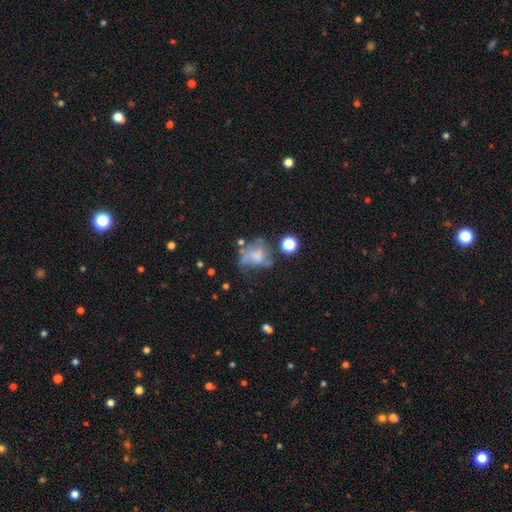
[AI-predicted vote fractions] Q: Smooth or featured?
A: featured or disk (43%); runner-up: smooth (40%)
Q: Merging?
A: major disturbance (36%); runner-up: none (30%)